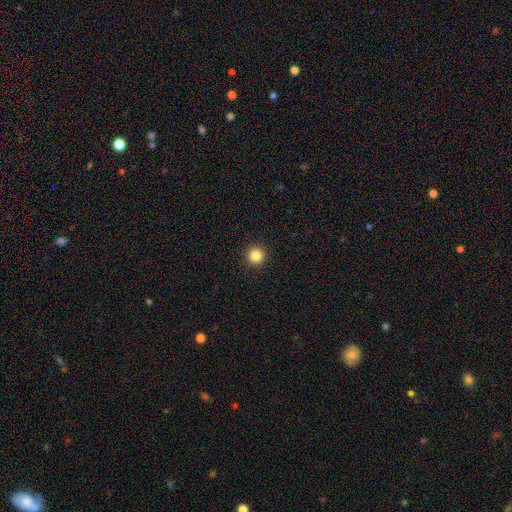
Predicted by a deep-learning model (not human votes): Smooth or featured: smooth — 84% (star or artifact — 11%)
How rounded: round — 96% (in between — 3%)
Merging: none — 93% (minor disturbance — 4%)